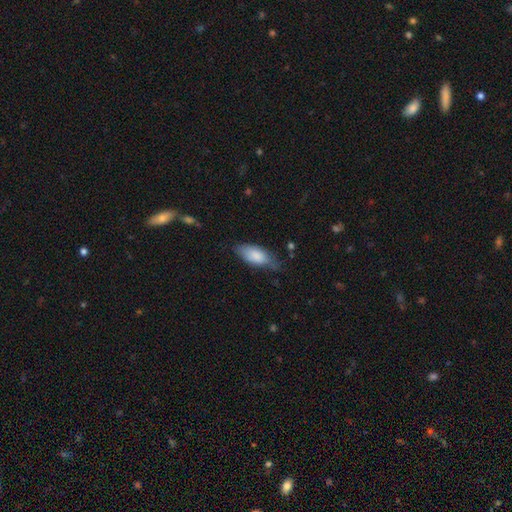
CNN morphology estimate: smooth 81%, featured or disk 13%, star or artifact 6%. Down the decision tree: how rounded — in between (85%); merging — none (56%).